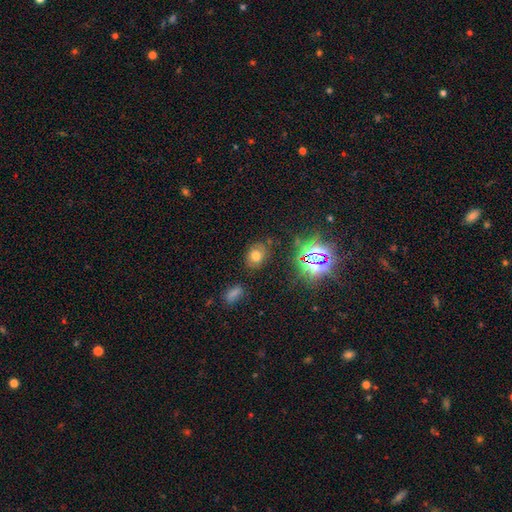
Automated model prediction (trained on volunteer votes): Q: Smooth or featured?
A: smooth (62%); runner-up: star or artifact (24%)
Q: How rounded?
A: in between (60%); runner-up: round (39%)
Q: Merging?
A: none (79%); runner-up: minor disturbance (14%)